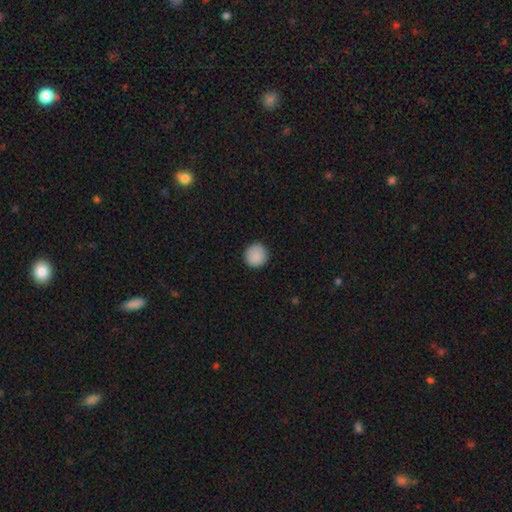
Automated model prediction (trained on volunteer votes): This appears to be a smooth galaxy with no disk features (89%) that is round (94%). Merging: none (90%).